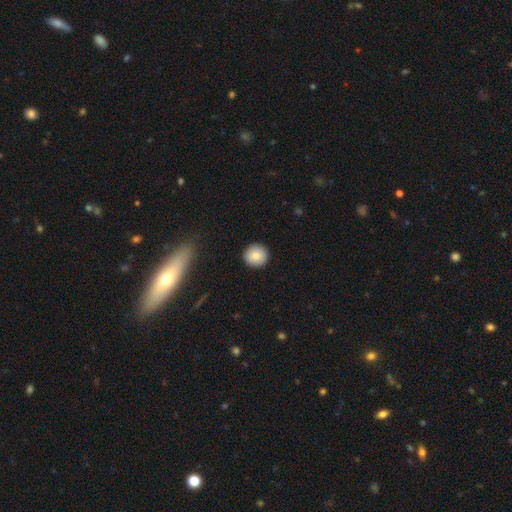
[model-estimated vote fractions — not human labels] smooth_or_featured: smooth (p=0.83) [alt: featured or disk p=0.09]
how_rounded: round (p=0.94) [alt: in between p=0.05]
merging: none (p=0.93) [alt: minor disturbance p=0.05]